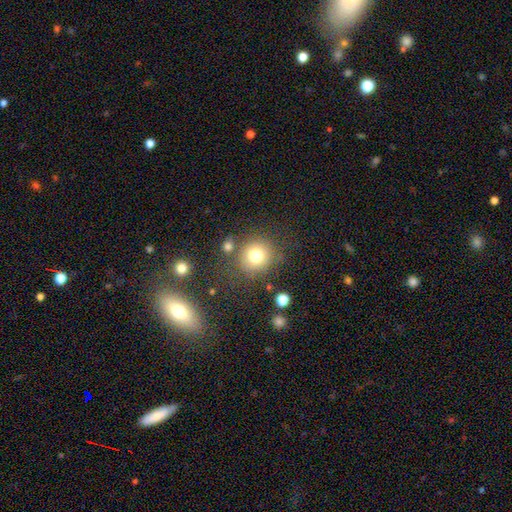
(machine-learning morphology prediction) smooth-or-featured: smooth: 77% | star or artifact: 13% | featured or disk: 10%
  how-rounded: round: 88% | in between: 12% | cigar-shaped: 1%
  merging: none: 76% | minor disturbance: 11% | merger: 7% | major disturbance: 5%